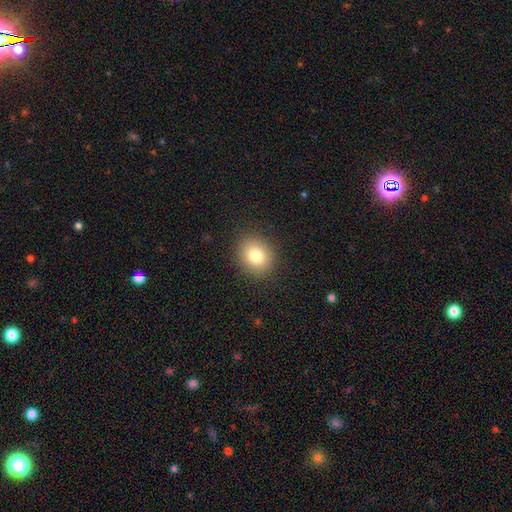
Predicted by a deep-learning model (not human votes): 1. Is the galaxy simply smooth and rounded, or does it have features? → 80% smooth, 11% star or artifact, 9% featured or disk.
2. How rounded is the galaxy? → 67% round, 32% in between, 1% cigar-shaped.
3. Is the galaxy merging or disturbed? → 89% none, 8% minor disturbance, 3% major disturbance, 1% merger.